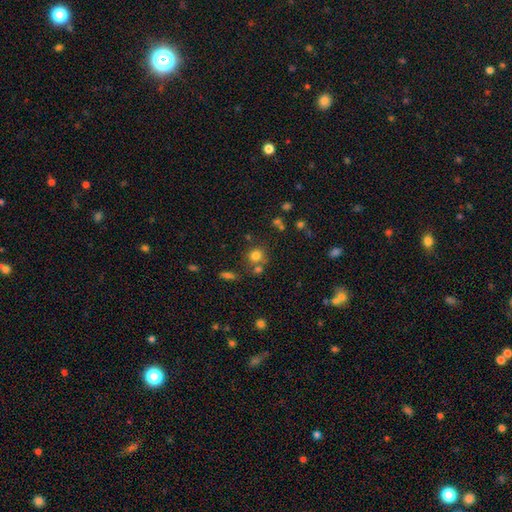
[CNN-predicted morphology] smooth 76%, star or artifact 15%, featured or disk 9%. Down the decision tree: how rounded — round (83%); merging — none (63%).